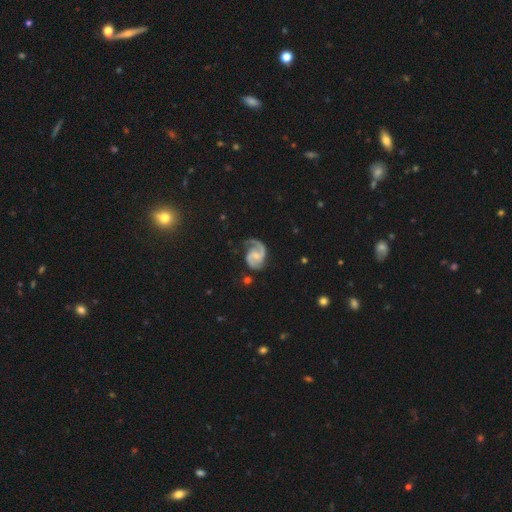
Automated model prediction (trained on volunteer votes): This appears to be a featured or disk galaxy (89%) with a weak bar (48%), 2 (85%) medium (54%) spiral arms (98%) and a small central bulge (51%). Merging: none (64%).